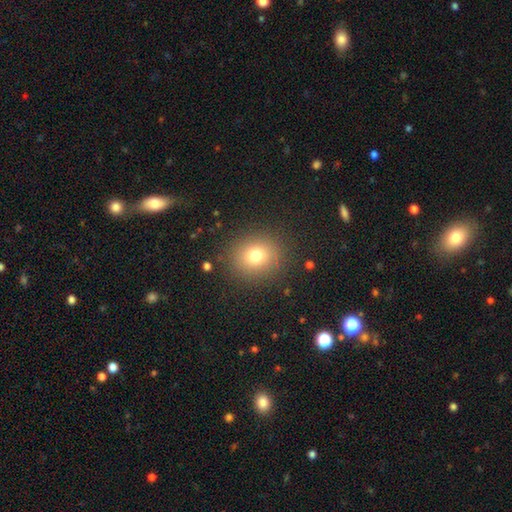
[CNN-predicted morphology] type=smooth (77%); roundness=round (78%); merging=none (87%).